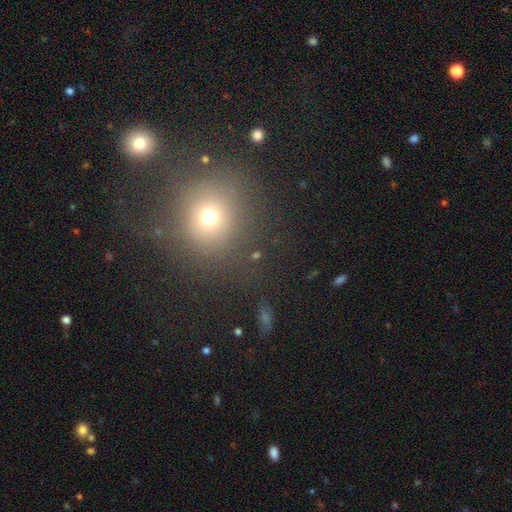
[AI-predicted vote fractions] This is possibly a smooth galaxy (60%). How rounded: clearly round (80%). Merging: likely none (79%).